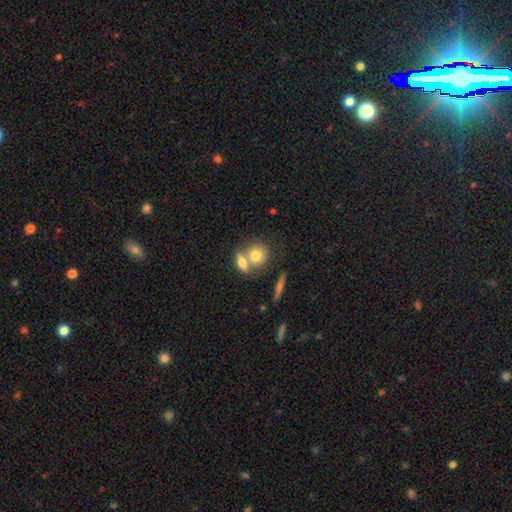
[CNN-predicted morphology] type=smooth (74%); roundness=round (64%); merging=merger (52%).